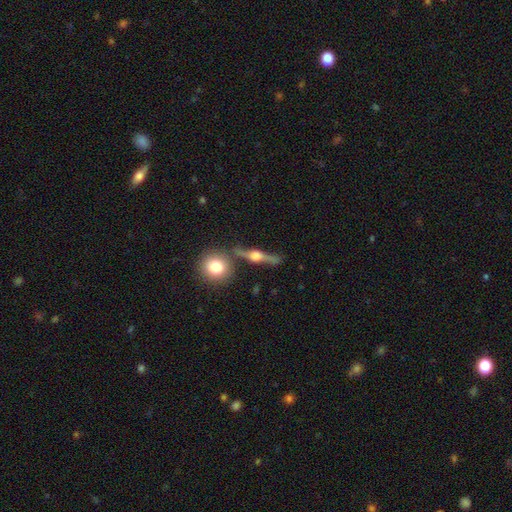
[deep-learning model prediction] smooth-or-featured: featured or disk: 77% | smooth: 16% | star or artifact: 7%
  disk-edge-on: yes: 92% | no: 8%
    edge-on-bulge: rounded: 93% | boxy: 5% | none: 2%
  merging: none: 75% | minor disturbance: 12% | merger: 8% | major disturbance: 5%